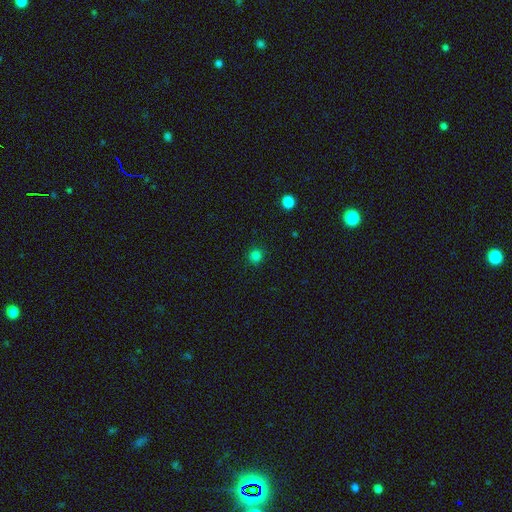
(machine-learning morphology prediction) smooth-or-featured: smooth: 81% | star or artifact: 16% | featured or disk: 3%
  how-rounded: round: 93% | in between: 6% | cigar-shaped: 1%
  merging: none: 91% | minor disturbance: 6% | major disturbance: 2% | merger: 1%